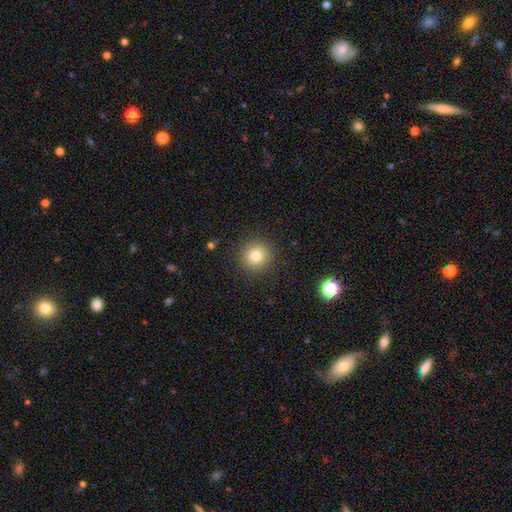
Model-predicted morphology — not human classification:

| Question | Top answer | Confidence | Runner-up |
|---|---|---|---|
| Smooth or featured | smooth | 79% | star or artifact (13%) |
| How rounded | round | 94% | in between (6%) |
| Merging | none | 90% | minor disturbance (6%) |